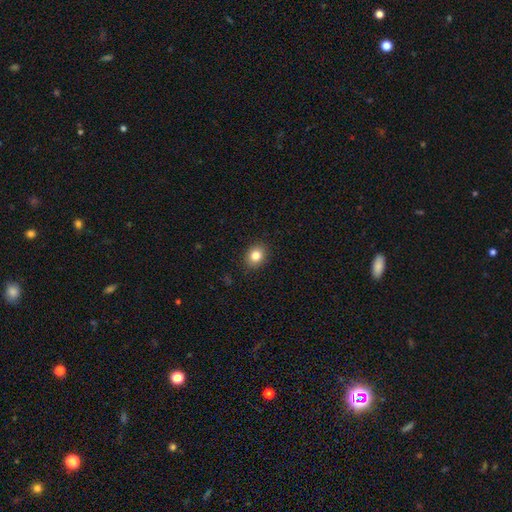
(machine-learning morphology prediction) smooth-or-featured: smooth: 83% | star or artifact: 10% | featured or disk: 7%
  how-rounded: round: 54% | in between: 45% | cigar-shaped: 1%
  merging: none: 89% | minor disturbance: 8% | major disturbance: 2% | merger: 1%